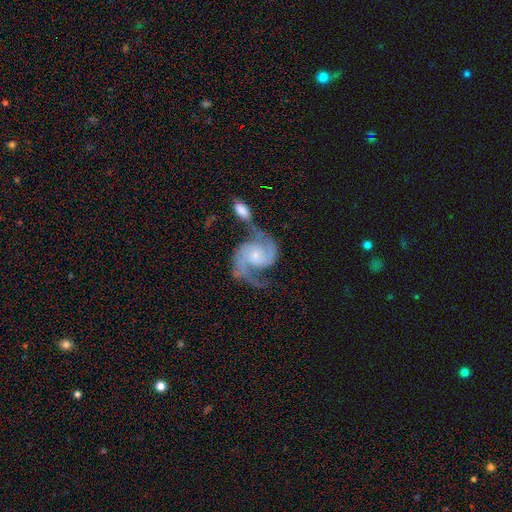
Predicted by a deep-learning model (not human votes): This appears to be a featured or disk galaxy (91%) with no bar (67%), 2 (92%) medium (54%) spiral arms (98%) and a small central bulge (66%). Merging: none (42%).